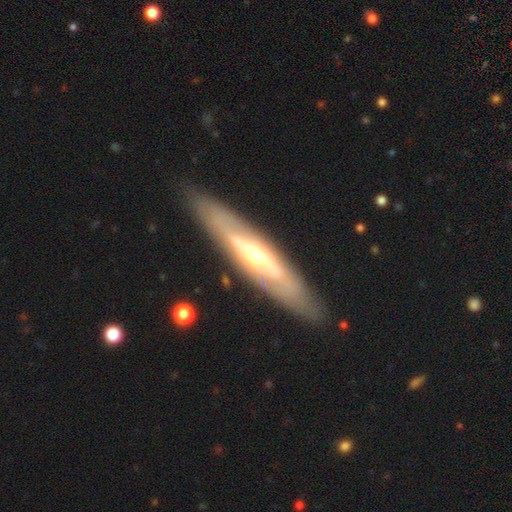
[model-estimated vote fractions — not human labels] Smooth or featured?
  - featured or disk: 74% *
  - smooth: 21%
  - star or artifact: 5%
Edge-on disk?
  - yes: 52% *
  - no: 48%
Merging?
  - none: 86% *
  - minor disturbance: 10%
  - major disturbance: 3%
  - merger: 1%